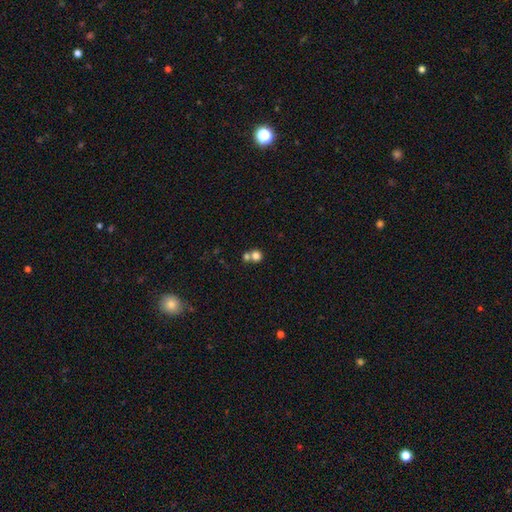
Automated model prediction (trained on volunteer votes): Smooth or featured?
  - smooth: 78% *
  - star or artifact: 12%
  - featured or disk: 9%
How rounded?
  - round: 85% *
  - in between: 14%
  - cigar-shaped: 1%
Merging?
  - none: 46% *
  - merger: 45%
  - minor disturbance: 6%
  - major disturbance: 3%